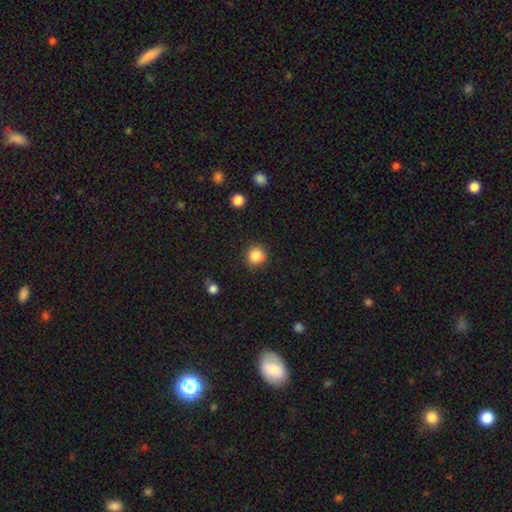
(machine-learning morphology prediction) A smooth galaxy with no disk features (85%) that is round (90%).

Vote fractions:
- Smooth or featured? smooth: 85% / star or artifact: 11% / featured or disk: 4%
- How rounded? round: 90% / in between: 9% / cigar-shaped: 1%
- Merging? none: 86% / minor disturbance: 10% / major disturbance: 3% / merger: 2%